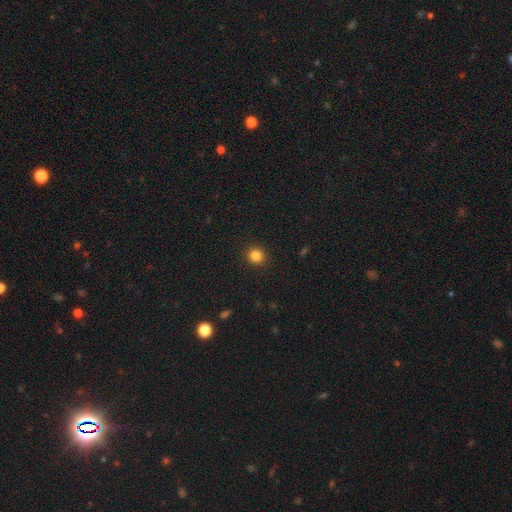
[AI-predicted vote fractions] smooth-or-featured: smooth: 84% | star or artifact: 12% | featured or disk: 4%
  how-rounded: round: 89% | in between: 10% | cigar-shaped: 1%
  merging: none: 92% | minor disturbance: 5% | major disturbance: 2% | merger: 1%